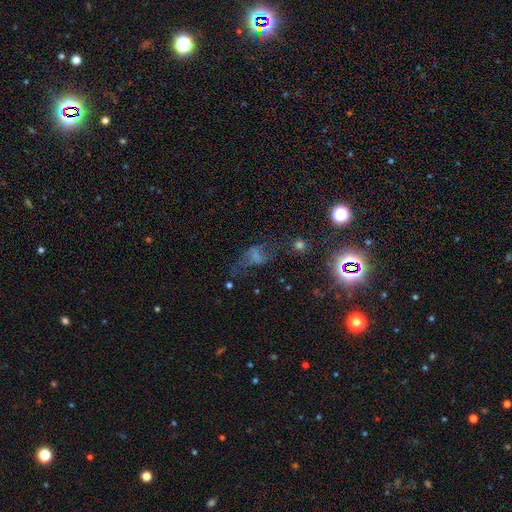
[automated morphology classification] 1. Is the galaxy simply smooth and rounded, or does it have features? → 41% smooth, 31% featured or disk, 27% star or artifact.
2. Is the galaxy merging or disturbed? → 39% major disturbance, 34% none, 20% minor disturbance, 7% merger.